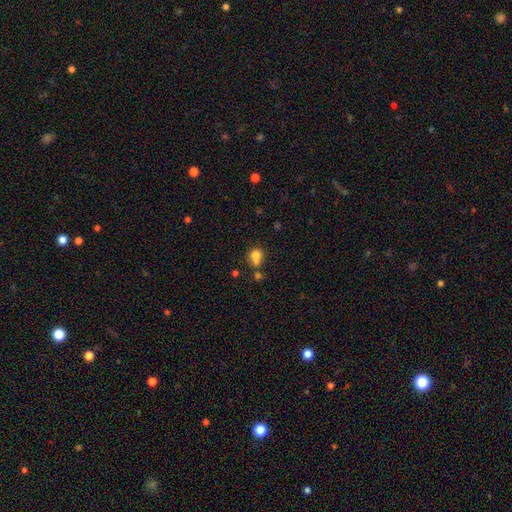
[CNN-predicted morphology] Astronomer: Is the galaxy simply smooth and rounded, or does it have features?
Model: smooth — 74%.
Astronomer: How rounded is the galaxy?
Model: round — 77%.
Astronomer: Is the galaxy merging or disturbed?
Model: merger — 49% (runner-up: none, 36%).